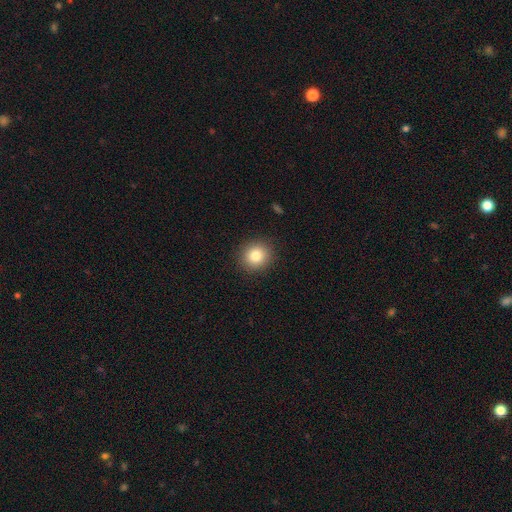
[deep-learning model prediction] This appears to be a smooth galaxy with no disk features (82%) that is round (87%). Merging: none (91%).